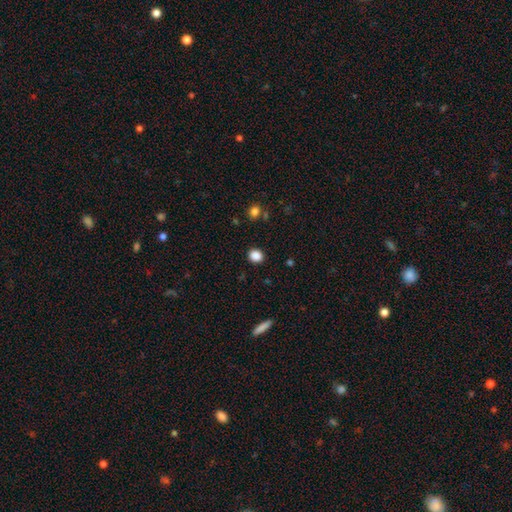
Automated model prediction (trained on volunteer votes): This appears to be a smooth galaxy with no disk features (87%) that is round (76%). Merging: none (90%).